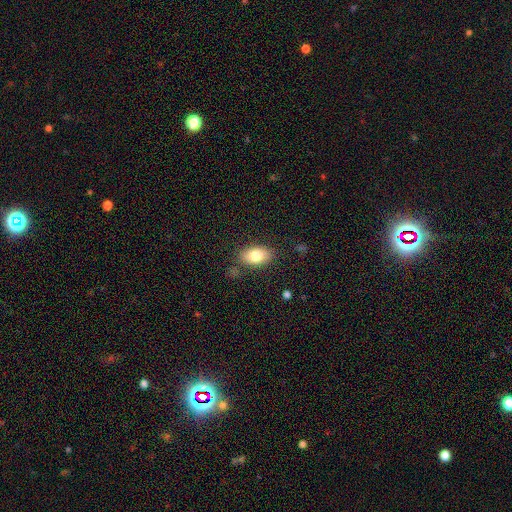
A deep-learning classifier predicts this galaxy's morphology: This is clearly a smooth galaxy (80%). How rounded: clearly in between (90%). Merging: clearly none (82%).